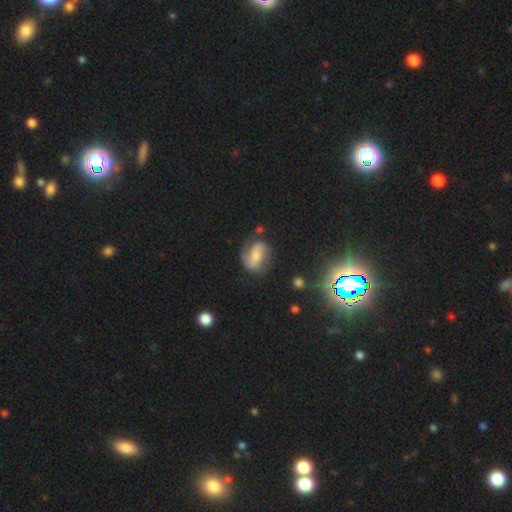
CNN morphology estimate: Smooth or featured: featured or disk — 65% (smooth — 27%)
Edge-on disk: no — 96% (yes — 4%)
Bar: no — 39% (weak — 35%)
Spiral arms: yes — 89% (no — 11%)
Spiral winding: medium — 43% (loose — 33%)
Spiral arm count: 2 — 84% (can't tell — 7%)
Bulge size: small — 46% (moderate — 39%)
Merging: none — 65% (minor disturbance — 21%)